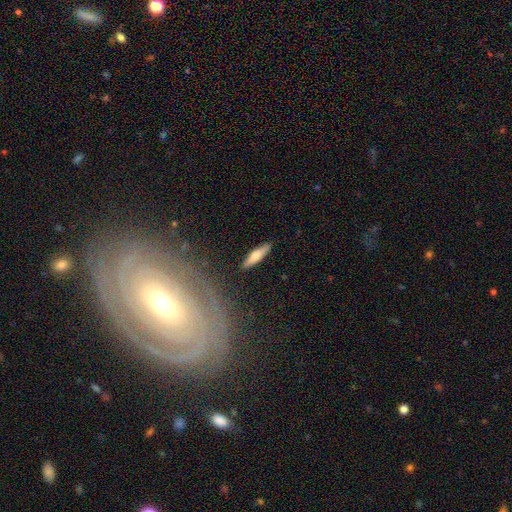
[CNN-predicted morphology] Smooth or featured?
  - smooth: 64% *
  - featured or disk: 31%
  - star or artifact: 6%
How rounded?
  - cigar-shaped: 74% *
  - in between: 24%
  - round: 2%
Merging?
  - none: 89% *
  - minor disturbance: 8%
  - major disturbance: 2%
  - merger: 2%